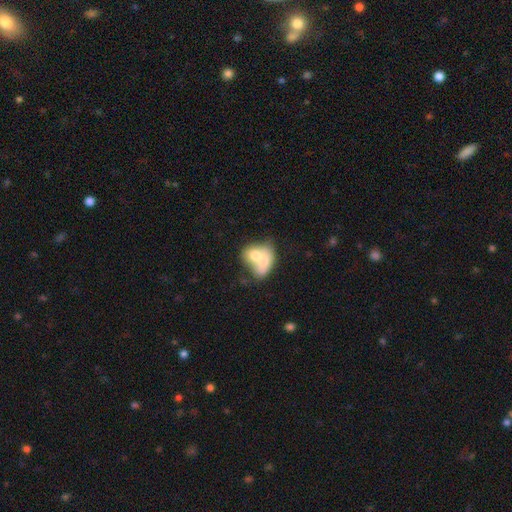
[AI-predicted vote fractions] A smooth galaxy with no disk features (65%) that is in between round and cigar-shaped (63%). Merging: merger (72%).